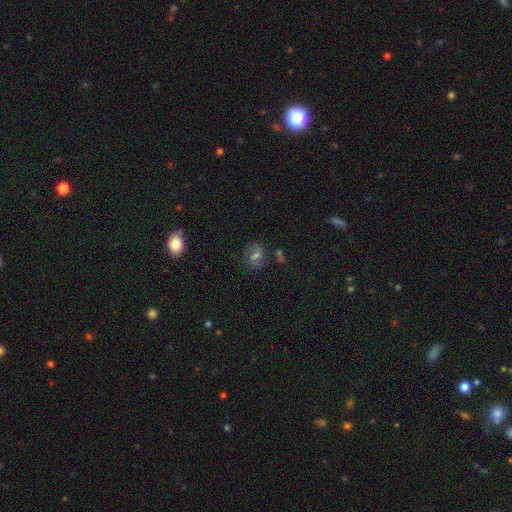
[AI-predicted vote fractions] Smooth or featured: featured or disk — 40% (smooth — 38%)
Merging: none — 75% (minor disturbance — 15%)